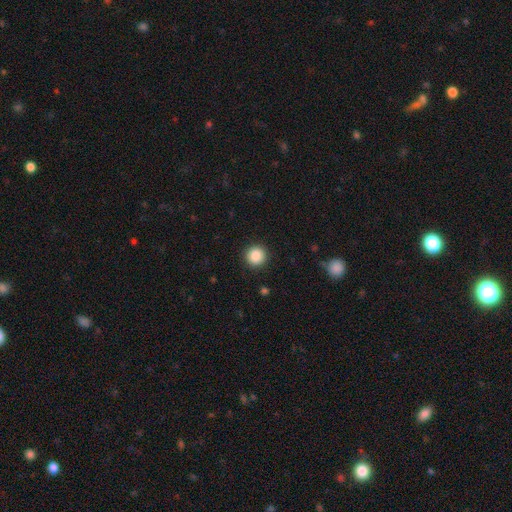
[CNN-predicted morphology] Smooth or featured?
  - smooth: 87% *
  - star or artifact: 9%
  - featured or disk: 3%
How rounded?
  - round: 95% *
  - in between: 4%
  - cigar-shaped: 1%
Merging?
  - none: 92% *
  - minor disturbance: 5%
  - major disturbance: 2%
  - merger: 1%